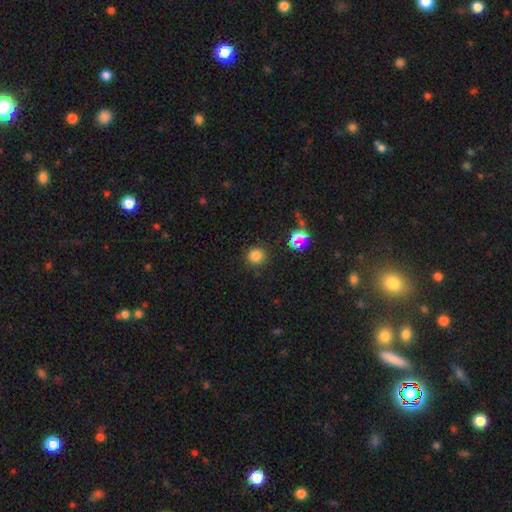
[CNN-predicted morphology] smooth-or-featured: smooth: 79% | star or artifact: 16% | featured or disk: 5%
  how-rounded: round: 92% | in between: 7% | cigar-shaped: 1%
  merging: none: 87% | minor disturbance: 8% | major disturbance: 3% | merger: 2%